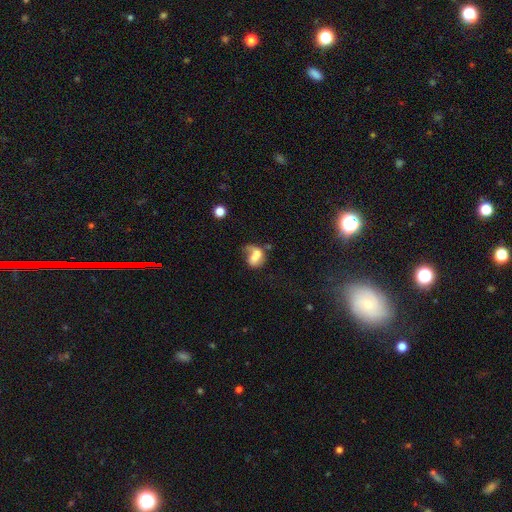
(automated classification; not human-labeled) Smooth or featured? smooth (58%)
How rounded? in between (64%)
Merging? merger (42%)